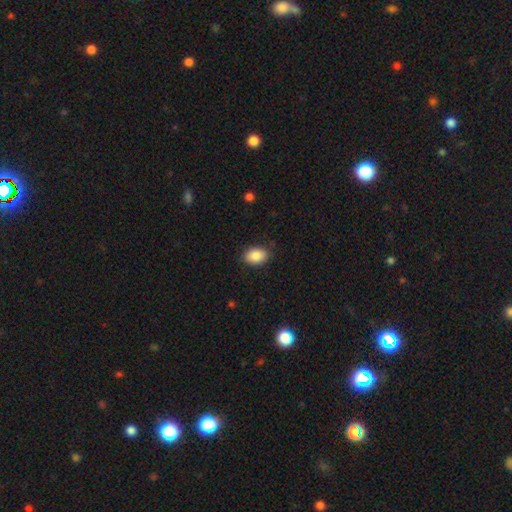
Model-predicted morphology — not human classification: Overall: smooth (88%). How rounded: in between (83%). Merging: none (85%).